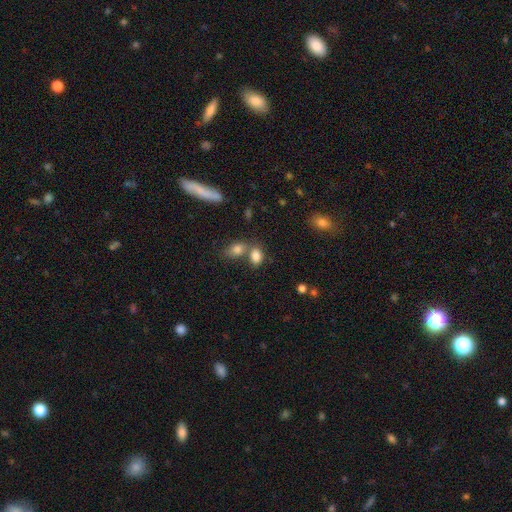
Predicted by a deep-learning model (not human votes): smooth_or_featured: smooth (p=0.83) [alt: star or artifact p=0.10]
how_rounded: in between (p=0.81) [alt: round p=0.17]
merging: none (p=0.46) [alt: merger p=0.38]